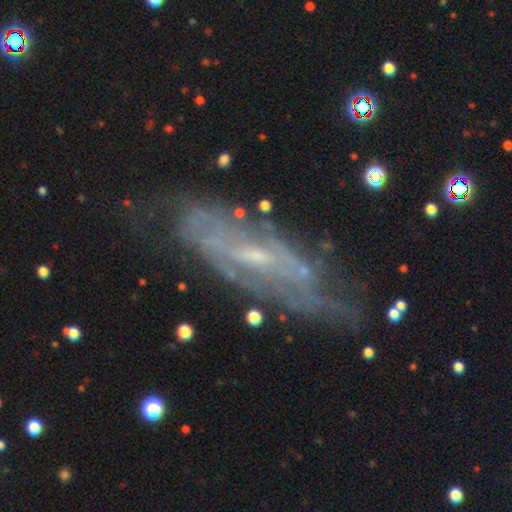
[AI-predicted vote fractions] Overall: featured or disk (79%). Edge-on disk: no (78%). Bar: weak (46%; no 39%). Spiral arms: yes (78%). Bulge size: small (64%; moderate 25%). Merging: none (60%; minor disturbance 25%).